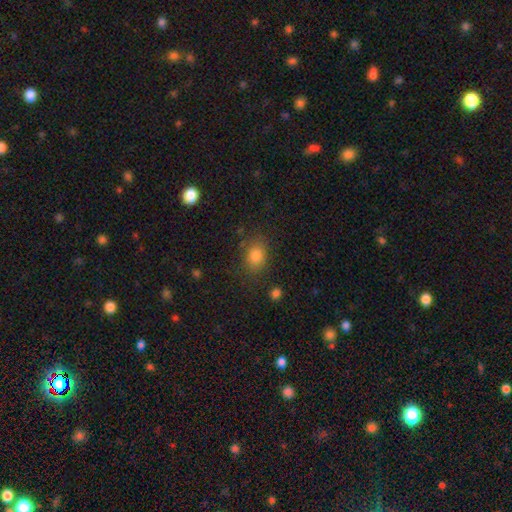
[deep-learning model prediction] smooth 82%, star or artifact 11%, featured or disk 7%. Down the decision tree: how rounded — in between (64%); merging — none (79%).